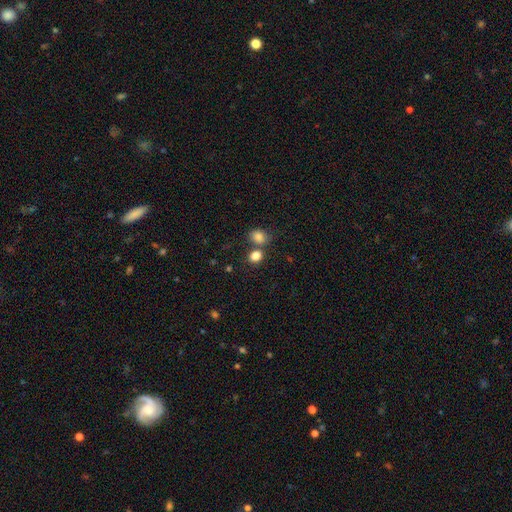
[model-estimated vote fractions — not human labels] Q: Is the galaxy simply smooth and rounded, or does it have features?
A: smooth — 83%.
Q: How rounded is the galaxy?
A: round — 53%.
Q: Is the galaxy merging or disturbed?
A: none — 57%.